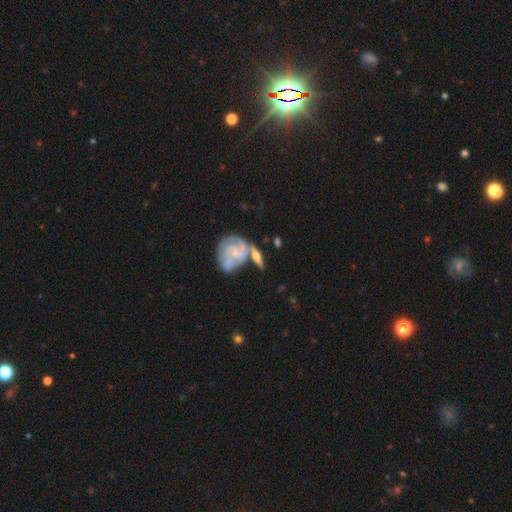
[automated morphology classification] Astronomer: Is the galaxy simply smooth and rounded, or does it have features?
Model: featured or disk — 72%.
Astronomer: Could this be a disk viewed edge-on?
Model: no — 81%.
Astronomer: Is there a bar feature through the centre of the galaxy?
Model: no — 74%.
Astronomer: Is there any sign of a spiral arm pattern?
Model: yes — 77%.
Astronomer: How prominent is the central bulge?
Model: small — 70%.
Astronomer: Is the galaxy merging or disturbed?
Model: none — 41% (runner-up: merger, 34%).